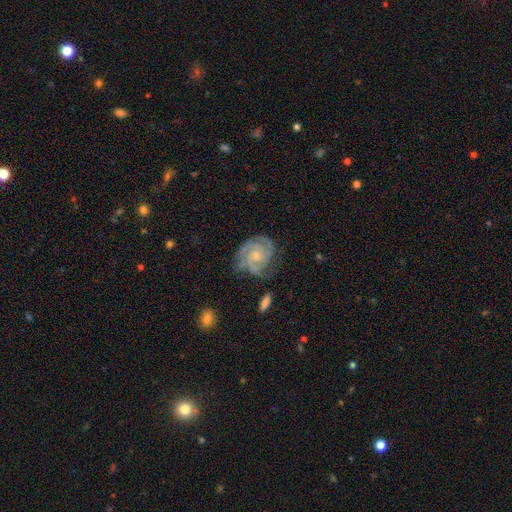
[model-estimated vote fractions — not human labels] smooth_or_featured: featured or disk (p=0.87) [alt: smooth p=0.08]
disk_edge_on: no (p=0.98) [alt: yes p=0.02]
bar: no (p=0.71) [alt: weak p=0.25]
has_spiral_arms: yes (p=0.98) [alt: no p=0.02]
spiral_winding: tight (p=0.68) [alt: medium p=0.28]
spiral_arm_count: 3 (p=0.42) [alt: 2 p=0.26]
bulge_size: small (p=0.59) [alt: moderate p=0.32]
merging: none (p=0.70) [alt: minor disturbance p=0.20]